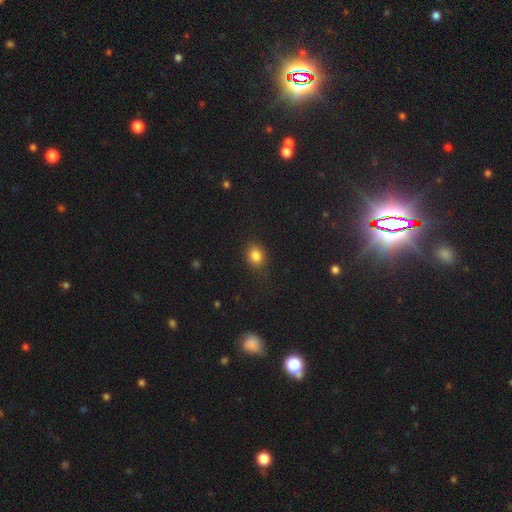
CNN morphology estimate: Smooth or featured?
  - smooth: 83% *
  - star or artifact: 12%
  - featured or disk: 5%
How rounded?
  - round: 59% *
  - in between: 40%
  - cigar-shaped: 1%
Merging?
  - none: 83% *
  - minor disturbance: 12%
  - major disturbance: 4%
  - merger: 1%